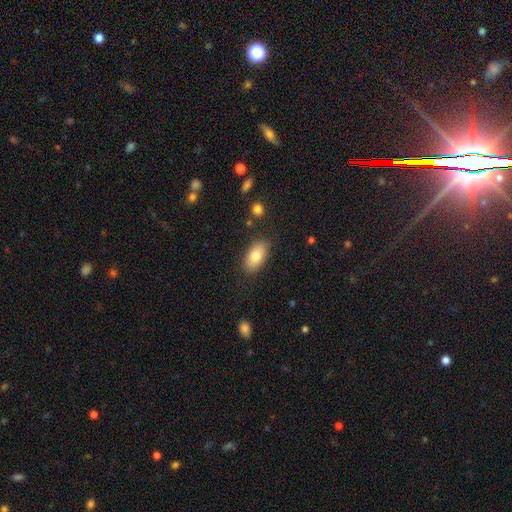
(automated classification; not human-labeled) The model was most divided on "smooth or featured": smooth: 79%, featured or disk: 14%, star or artifact: 7%. More confident: how rounded — in between (92%); merging — none (84%).